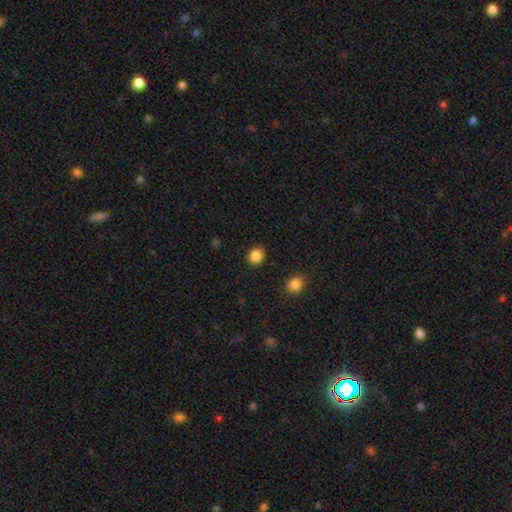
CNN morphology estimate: The model was most divided on "how rounded": round: 61%, in between: 39%, cigar-shaped: 1%. More confident: merging — none (90%); smooth or featured — smooth (87%).